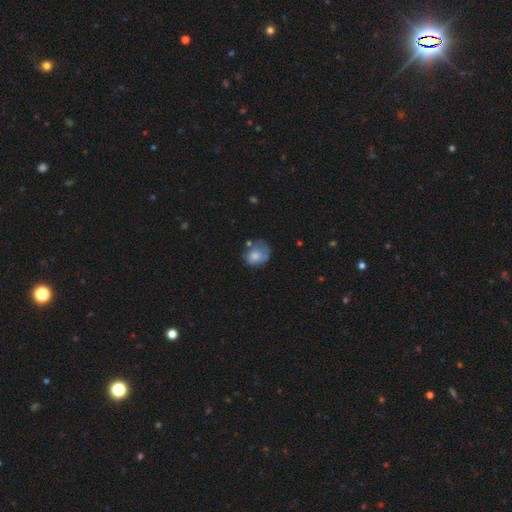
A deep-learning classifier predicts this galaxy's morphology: type=smooth (67%); roundness=round (57%); merging=none (41%).